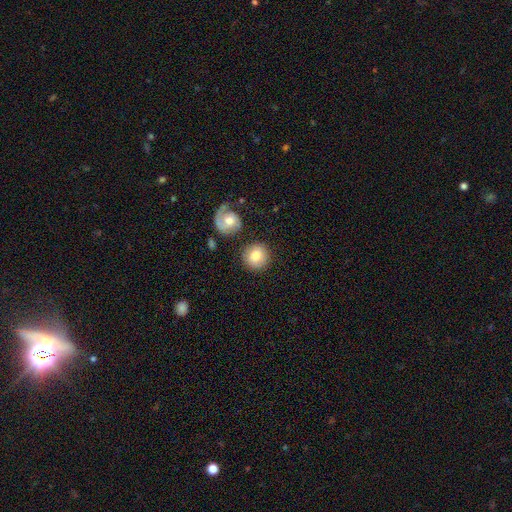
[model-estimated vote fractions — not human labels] smooth_or_featured: smooth (p=0.77) [alt: featured or disk p=0.16]
how_rounded: round (p=0.92) [alt: in between p=0.07]
merging: none (p=0.80) [alt: minor disturbance p=0.10]